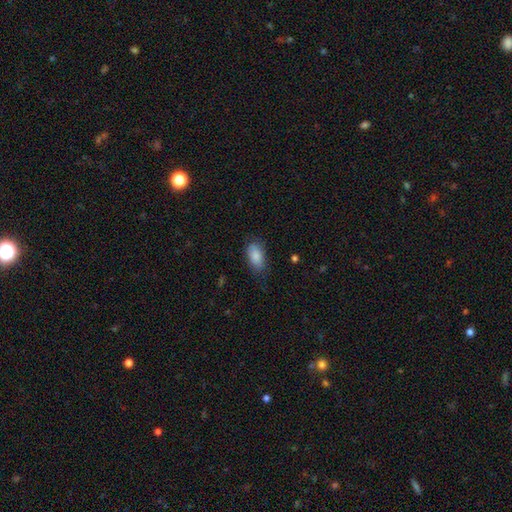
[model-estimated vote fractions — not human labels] A smooth galaxy with no disk features (86%) that is in between round and cigar-shaped (92%). Merging: none (72%).